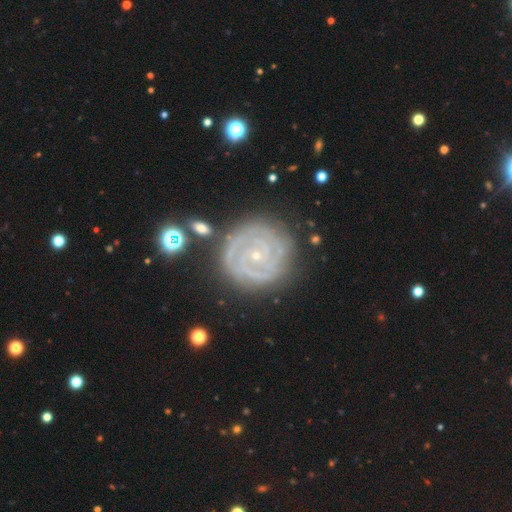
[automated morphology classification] Overall: featured or disk (85%). Edge-on disk: no (97%). Bar: no (71%). Spiral arms: yes (94%). Spiral arm count: 2 (37%; can't tell 24%). Spiral winding: tight (83%). Bulge size: small (83%). Merging: none (79%).